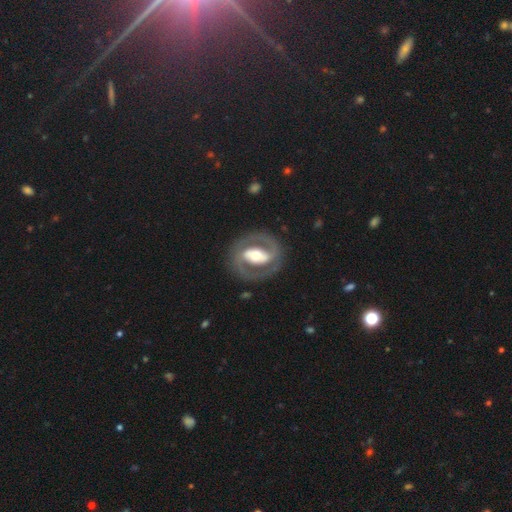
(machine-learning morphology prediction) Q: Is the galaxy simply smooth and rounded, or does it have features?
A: featured or disk — 79%.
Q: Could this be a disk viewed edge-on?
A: no — 96%.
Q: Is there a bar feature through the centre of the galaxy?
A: strong — 49%.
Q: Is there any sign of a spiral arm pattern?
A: yes — 64%.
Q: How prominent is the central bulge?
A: moderate — 64%.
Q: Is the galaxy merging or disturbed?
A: none — 83%.